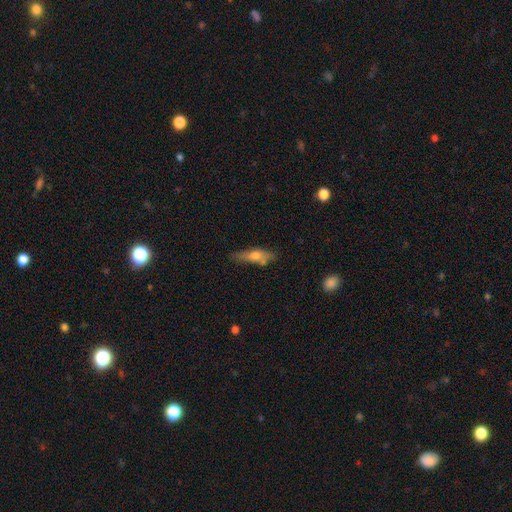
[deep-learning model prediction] Overall: smooth (57%; featured or disk 36%). How rounded: cigar-shaped (57%; in between 40%). Merging: none (64%; minor disturbance 24%).